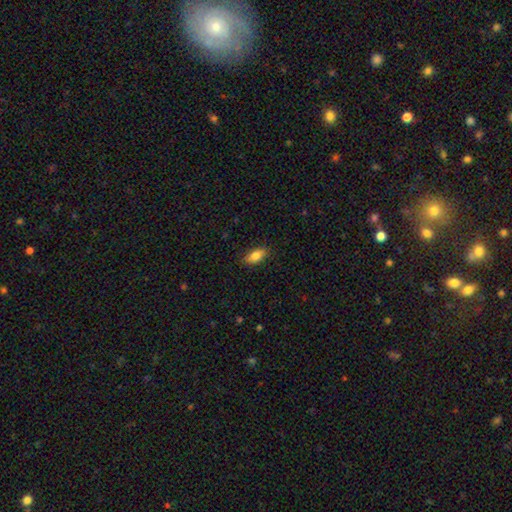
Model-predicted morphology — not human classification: This appears to be a smooth galaxy with no disk features (82%) that is in between round and cigar-shaped (86%). Merging: none (86%).